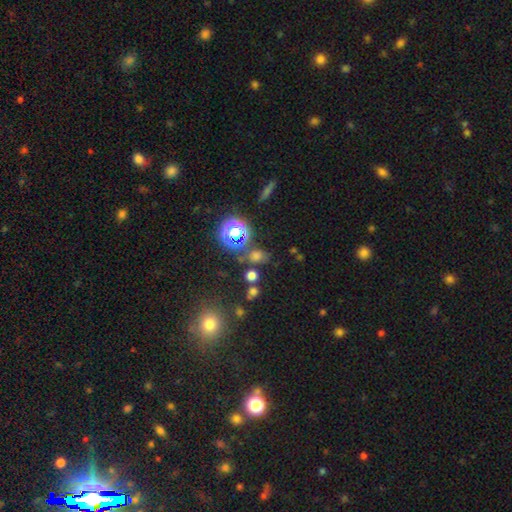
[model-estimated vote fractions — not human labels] smooth-or-featured: smooth: 57% | star or artifact: 35% | featured or disk: 8%
  how-rounded: round: 60% | in between: 38% | cigar-shaped: 2%
  merging: none: 69% | minor disturbance: 13% | merger: 12% | major disturbance: 6%